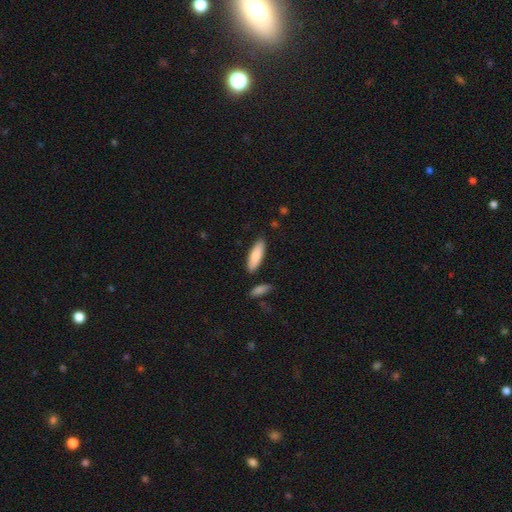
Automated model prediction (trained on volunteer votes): Q: Smooth or featured?
A: smooth (84%); runner-up: featured or disk (11%)
Q: How rounded?
A: cigar-shaped (51%); runner-up: in between (48%)
Q: Merging?
A: none (86%); runner-up: minor disturbance (9%)